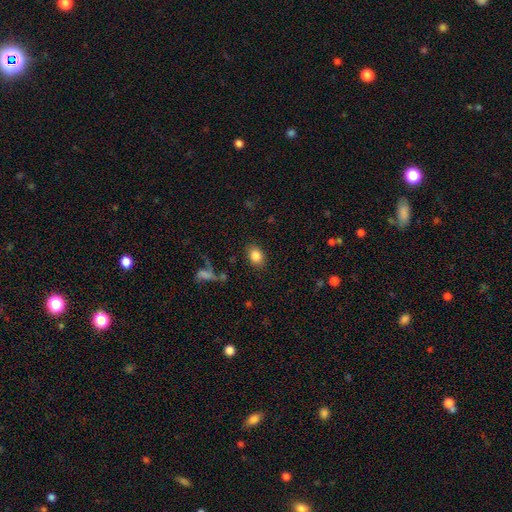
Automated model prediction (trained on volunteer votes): Smooth or featured? Predicted: smooth (p=0.85). How rounded? Predicted: in between (p=0.72). Merging? Predicted: none (p=0.85).